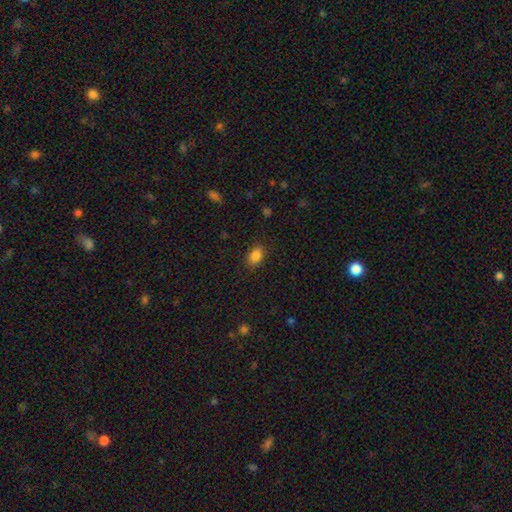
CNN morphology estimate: Smooth or featured? smooth (85%)
How rounded? in between (83%)
Merging? none (86%)